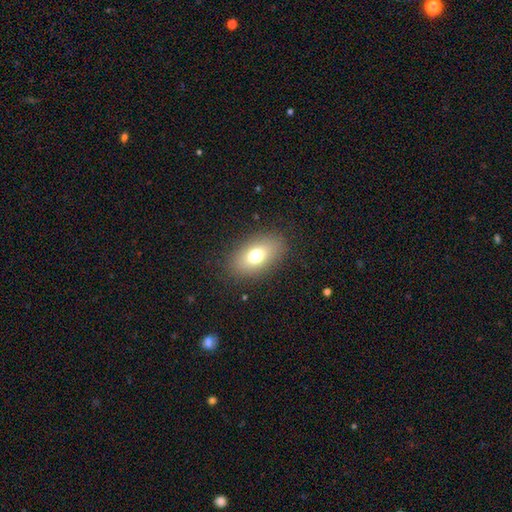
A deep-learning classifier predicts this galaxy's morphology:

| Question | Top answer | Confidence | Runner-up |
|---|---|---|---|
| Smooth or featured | smooth | 72% | featured or disk (17%) |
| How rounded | in between | 88% | round (10%) |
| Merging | none | 86% | minor disturbance (9%) |